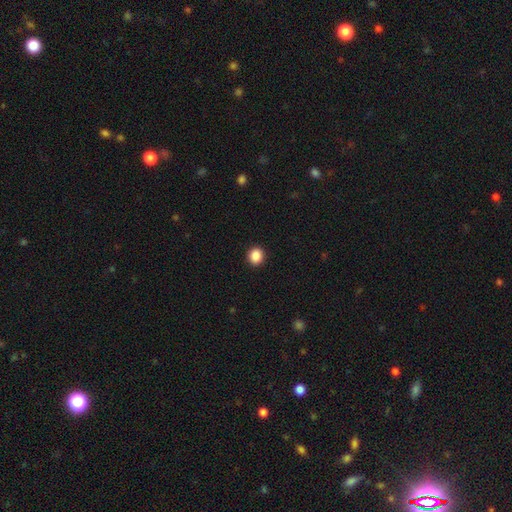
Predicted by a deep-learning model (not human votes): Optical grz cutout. It shows a smooth galaxy with no disk features (88%) that is round (79%). Merging: none (92%).